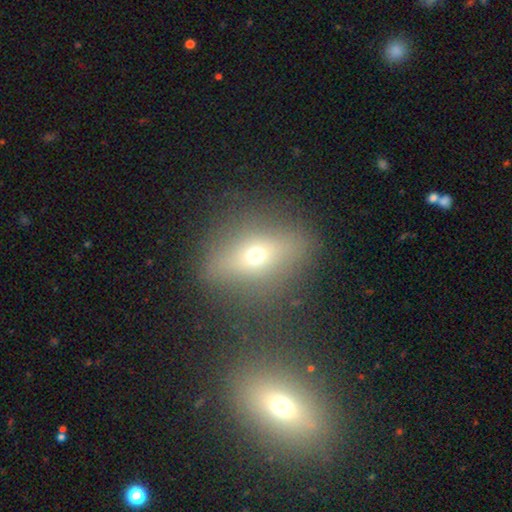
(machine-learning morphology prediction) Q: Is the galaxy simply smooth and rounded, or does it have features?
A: smooth — 47%.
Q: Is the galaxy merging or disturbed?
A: none — 69%.